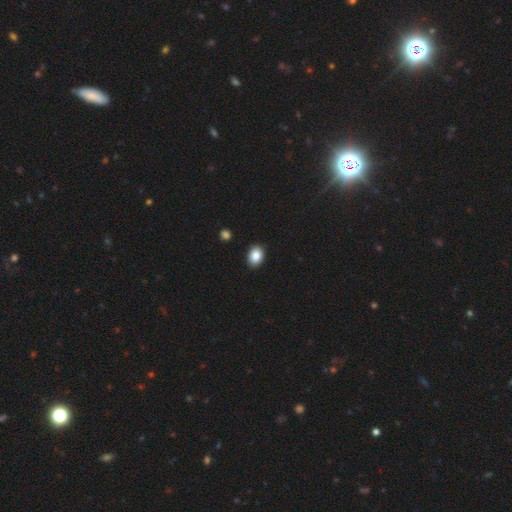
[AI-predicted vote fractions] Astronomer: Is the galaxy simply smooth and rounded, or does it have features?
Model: smooth — 87%.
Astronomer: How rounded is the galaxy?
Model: in between — 70%.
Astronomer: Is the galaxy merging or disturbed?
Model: none — 89%.